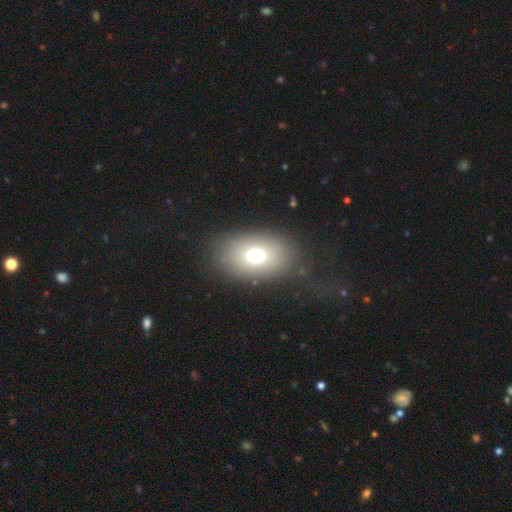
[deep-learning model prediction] A smooth galaxy with no disk features (70%) that is in between round and cigar-shaped (78%).

Vote fractions:
- Smooth or featured? smooth: 70% / featured or disk: 15% / star or artifact: 14%
- How rounded? in between: 78% / round: 21% / cigar-shaped: 1%
- Merging? none: 79% / minor disturbance: 11% / major disturbance: 8% / merger: 2%